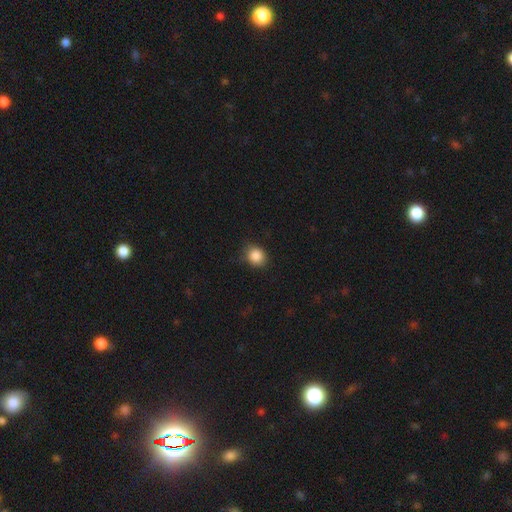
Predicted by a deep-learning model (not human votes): A smooth galaxy with no disk features (87%) that is round (73%).

Vote fractions:
- Smooth or featured? smooth: 87% / star or artifact: 9% / featured or disk: 4%
- How rounded? round: 73% / in between: 26% / cigar-shaped: 1%
- Merging? none: 78% / minor disturbance: 17% / major disturbance: 4% / merger: 1%